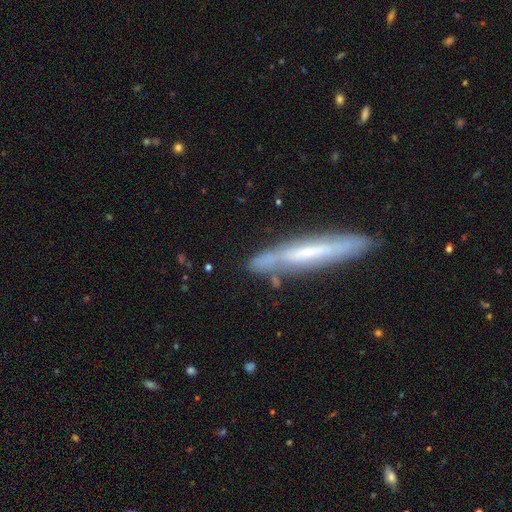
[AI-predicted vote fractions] A featured or disk galaxy (61%) viewed edge-on (77%). Merging: none (80%).